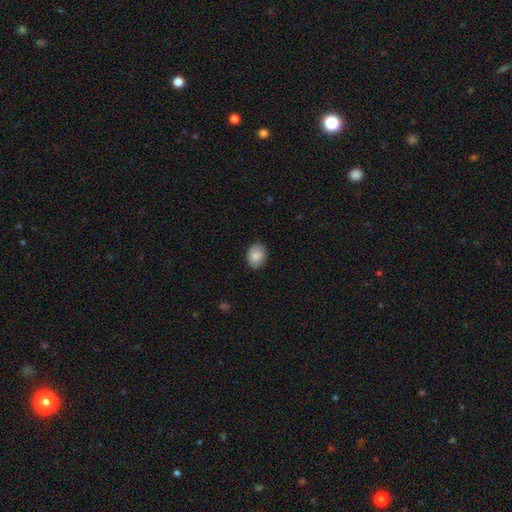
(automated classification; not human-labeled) Smooth or featured: smooth — 86% (star or artifact — 7%)
How rounded: in between — 59% (round — 40%)
Merging: none — 85% (minor disturbance — 11%)